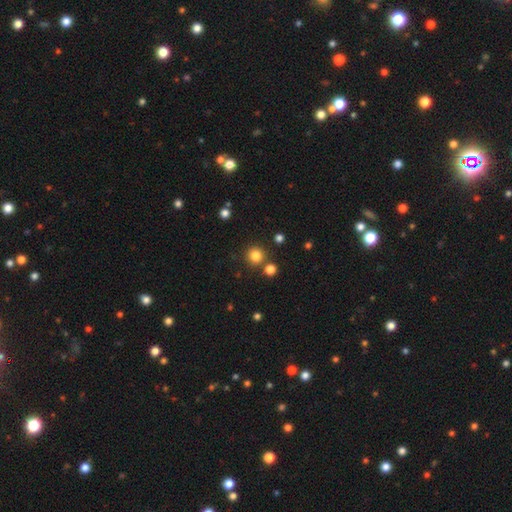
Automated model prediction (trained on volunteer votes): Smooth or featured?
  - smooth: 82% *
  - star or artifact: 14%
  - featured or disk: 5%
How rounded?
  - round: 94% *
  - in between: 5%
  - cigar-shaped: 1%
Merging?
  - none: 83% *
  - merger: 9%
  - minor disturbance: 6%
  - major disturbance: 3%